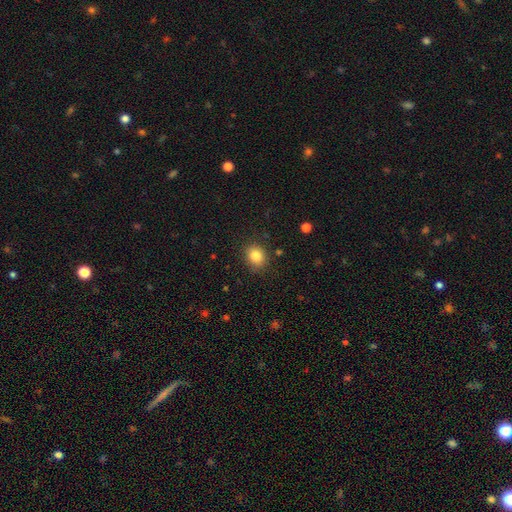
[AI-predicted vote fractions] Smooth or featured?
  - smooth: 83% *
  - star or artifact: 10%
  - featured or disk: 6%
How rounded?
  - round: 65% *
  - in between: 34%
  - cigar-shaped: 1%
Merging?
  - none: 87% *
  - minor disturbance: 9%
  - major disturbance: 3%
  - merger: 1%